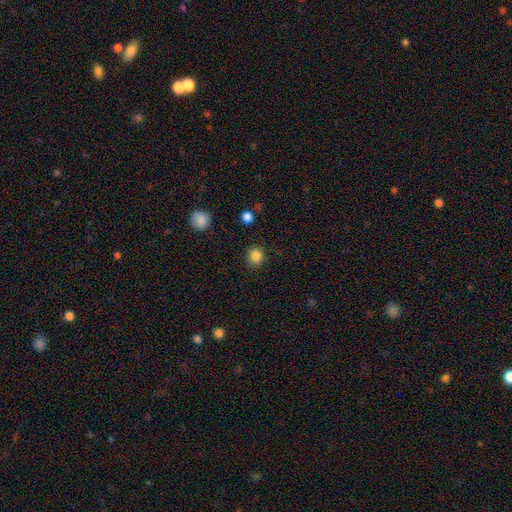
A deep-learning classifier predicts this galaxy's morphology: Smooth or featured? Predicted: smooth (p=0.85). How rounded? Predicted: round (p=0.83). Merging? Predicted: none (p=0.87).